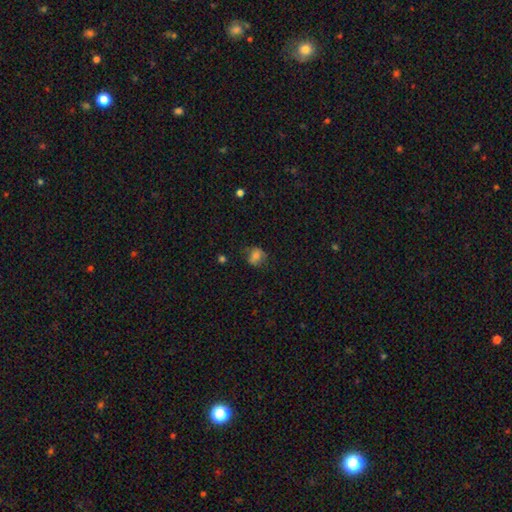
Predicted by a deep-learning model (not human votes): smooth 73%, featured or disk 16%, star or artifact 11%. Down the decision tree: how rounded — round (55%); merging — none (69%).